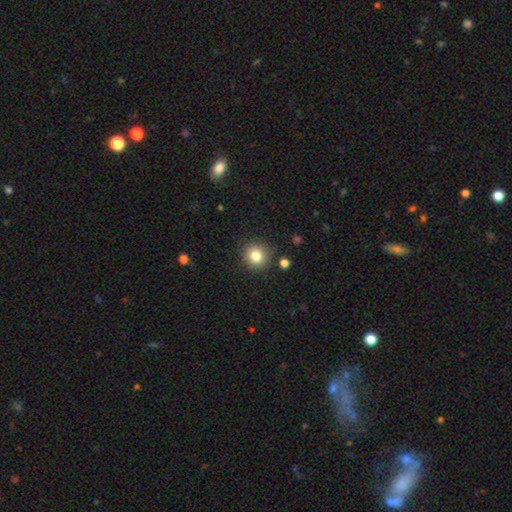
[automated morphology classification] Overall: smooth (82%). How rounded: round (91%). Merging: none (87%).